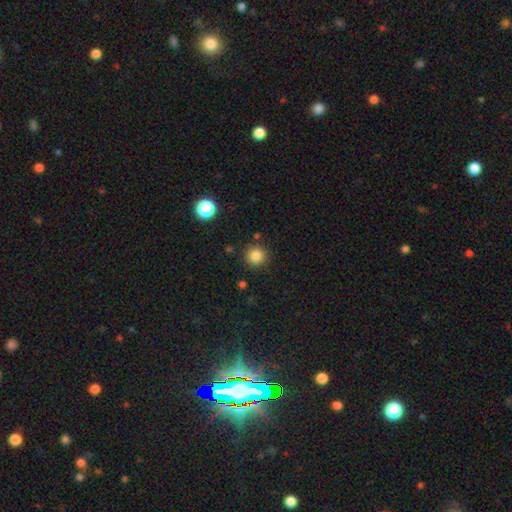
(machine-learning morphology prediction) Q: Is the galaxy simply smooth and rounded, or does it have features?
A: smooth — 84%.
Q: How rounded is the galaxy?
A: round — 94%.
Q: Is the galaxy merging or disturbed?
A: none — 88%.